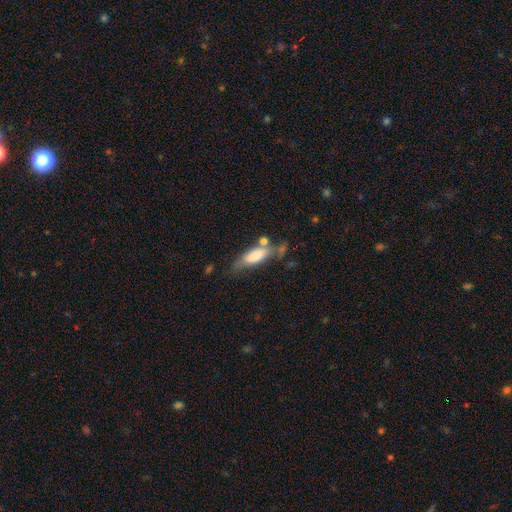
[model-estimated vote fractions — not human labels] A smooth galaxy with no disk features (70%) that is in between round and cigar-shaped (58%). Merging: none (46%).